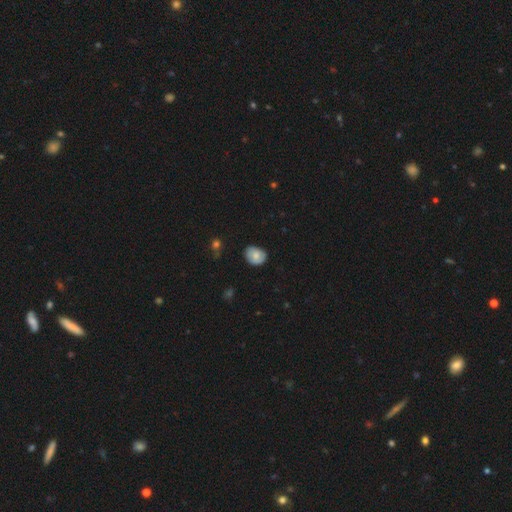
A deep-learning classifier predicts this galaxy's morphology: Q: Smooth or featured?
A: smooth (73%); runner-up: featured or disk (20%)
Q: How rounded?
A: in between (52%); runner-up: round (47%)
Q: Merging?
A: none (73%); runner-up: minor disturbance (22%)